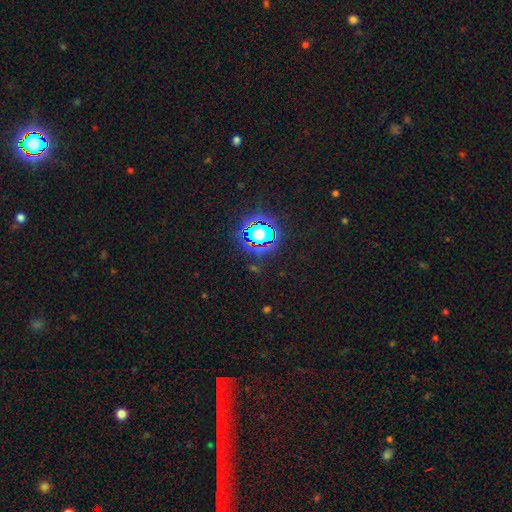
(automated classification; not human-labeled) The model was most divided on "smooth or featured": star or artifact: 82%, smooth: 11%, featured or disk: 8%.